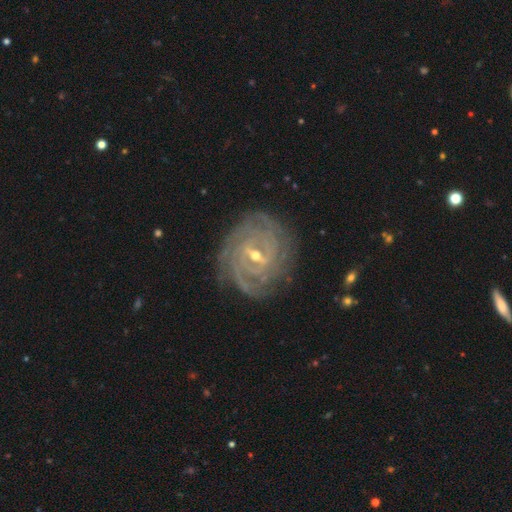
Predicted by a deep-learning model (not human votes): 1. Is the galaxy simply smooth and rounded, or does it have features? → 90% featured or disk, 5% star or artifact, 5% smooth.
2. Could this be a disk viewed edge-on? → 96% no, 4% yes.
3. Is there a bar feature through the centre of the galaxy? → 50% weak, 35% strong, 15% no.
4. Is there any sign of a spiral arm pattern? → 97% yes, 3% no.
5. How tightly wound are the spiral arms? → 80% tight, 17% medium, 3% loose.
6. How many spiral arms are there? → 26% can't tell, 23% 4, 20% 3, 14% 2, 11% more than 4, 7% 1.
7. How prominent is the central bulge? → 52% small, 46% moderate, 1% large, 1% none, 1% dominant.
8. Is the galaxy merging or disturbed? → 79% none, 15% minor disturbance, 5% major disturbance, 1% merger.